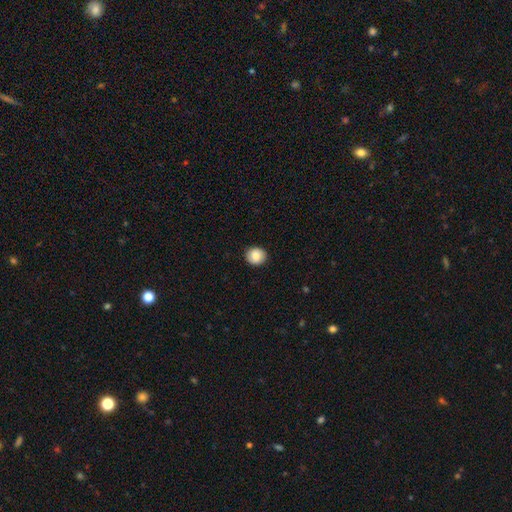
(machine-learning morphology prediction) Q: Smooth or featured?
A: smooth (84%); runner-up: star or artifact (8%)
Q: How rounded?
A: round (82%); runner-up: in between (18%)
Q: Merging?
A: none (90%); runner-up: minor disturbance (7%)